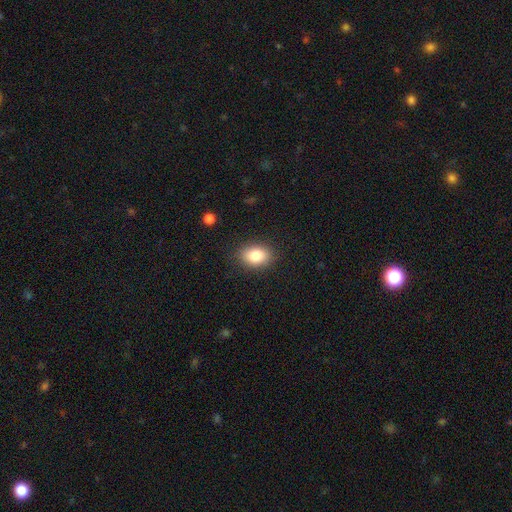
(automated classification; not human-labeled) This is clearly a smooth galaxy (84%). How rounded: likely in between (77%). Merging: clearly none (86%).